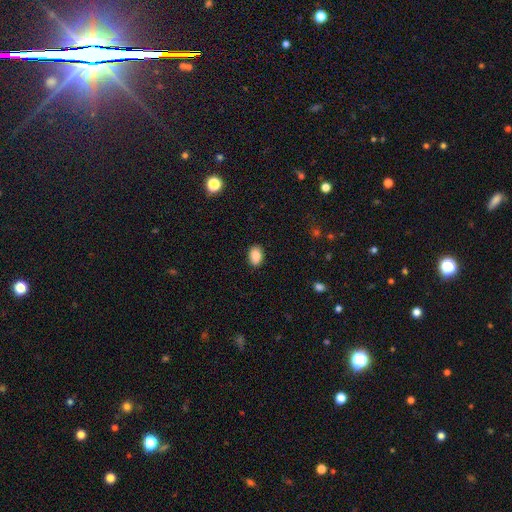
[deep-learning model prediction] Smooth or featured? Predicted: smooth (p=0.88). How rounded? Predicted: in between (p=0.83). Merging? Predicted: none (p=0.87).